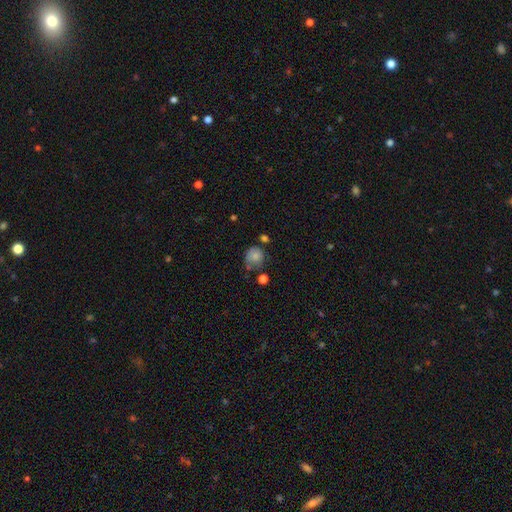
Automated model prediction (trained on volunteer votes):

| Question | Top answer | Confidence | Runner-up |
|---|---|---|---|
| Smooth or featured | smooth | 78% | featured or disk (12%) |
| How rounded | round | 80% | in between (19%) |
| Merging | none | 51% | minor disturbance (28%) |